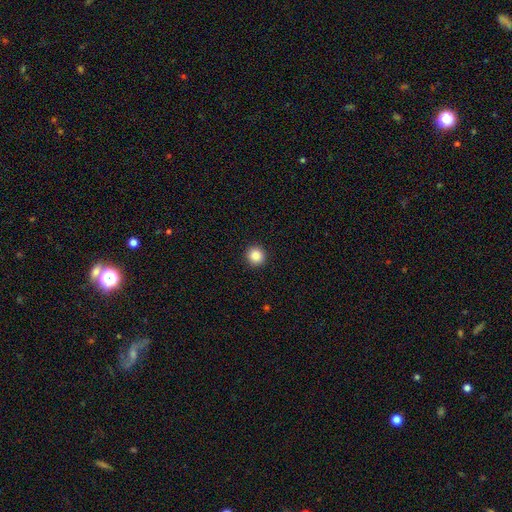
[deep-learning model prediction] Morphology: type=smooth (88%); roundness=round (94%); merging=none (93%).